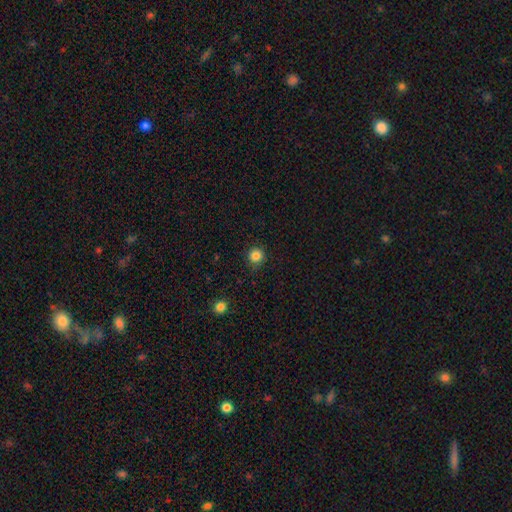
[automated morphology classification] This is clearly a smooth galaxy (85%). How rounded: clearly round (94%). Merging: clearly none (88%).